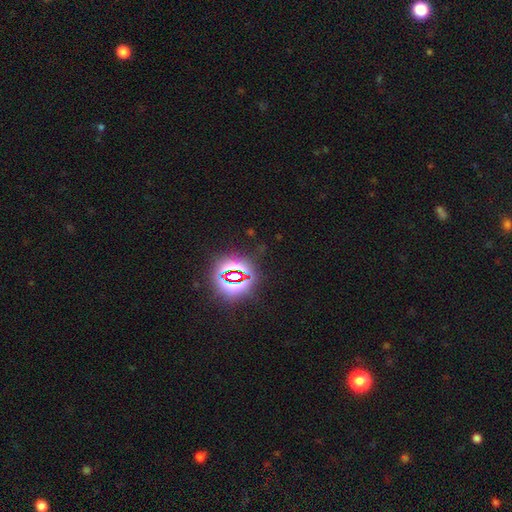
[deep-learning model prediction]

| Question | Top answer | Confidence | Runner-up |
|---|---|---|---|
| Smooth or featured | star or artifact | 80% | smooth (12%) |